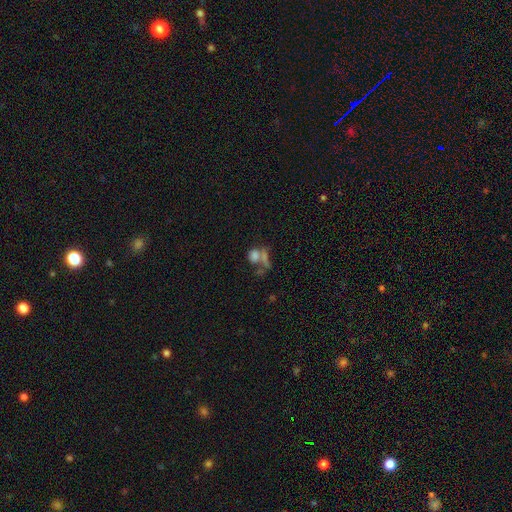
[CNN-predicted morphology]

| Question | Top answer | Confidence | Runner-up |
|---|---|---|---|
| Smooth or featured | smooth | 63% | featured or disk (19%) |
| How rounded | in between | 52% | round (42%) |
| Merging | merger | 46% | none (29%) |